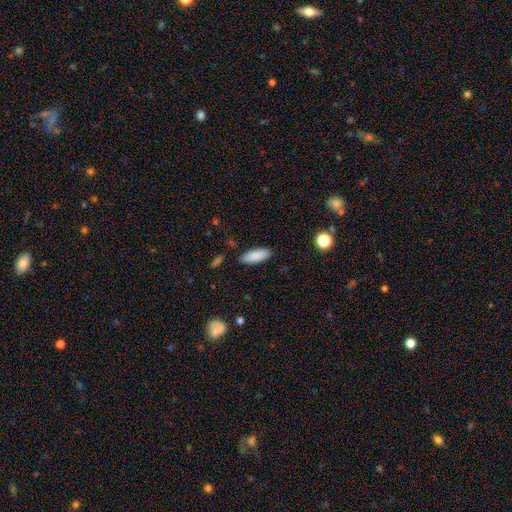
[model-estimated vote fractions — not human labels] Smooth or featured? Predicted: smooth (p=0.88). How rounded? Predicted: in between (p=0.73). Merging? Predicted: none (p=0.86).